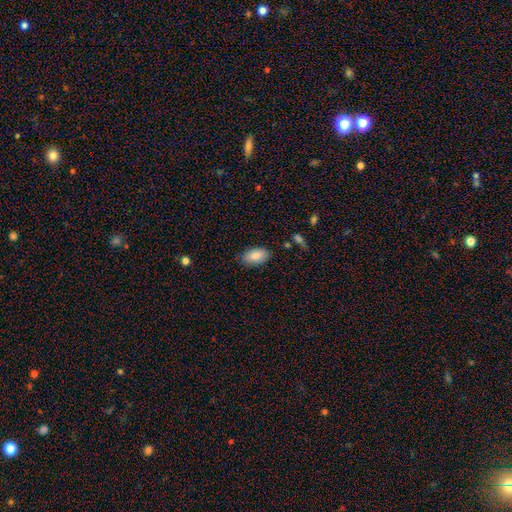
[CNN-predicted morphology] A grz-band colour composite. It shows a smooth galaxy with no disk features (87%) that is in between round and cigar-shaped (94%). Merging: none (82%).